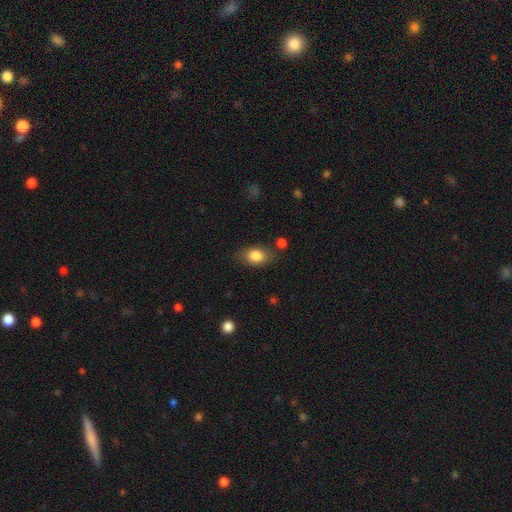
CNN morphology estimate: The model was most divided on "merging": none: 77%, minor disturbance: 16%, major disturbance: 4%, merger: 4%. More confident: smooth or featured — smooth (83%); how rounded — in between (81%).